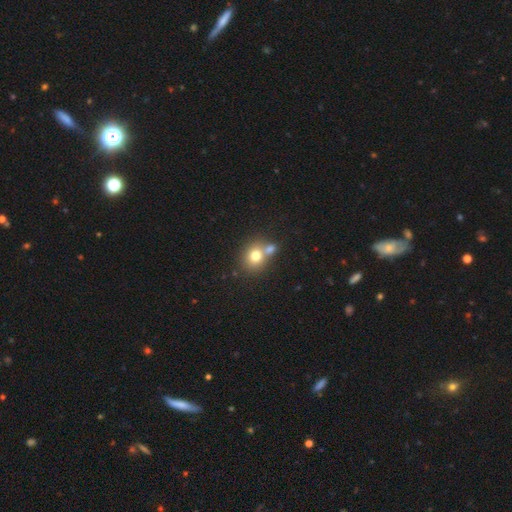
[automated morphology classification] Smooth or featured? smooth (75%)
How rounded? round (71%)
Merging? none (48%)